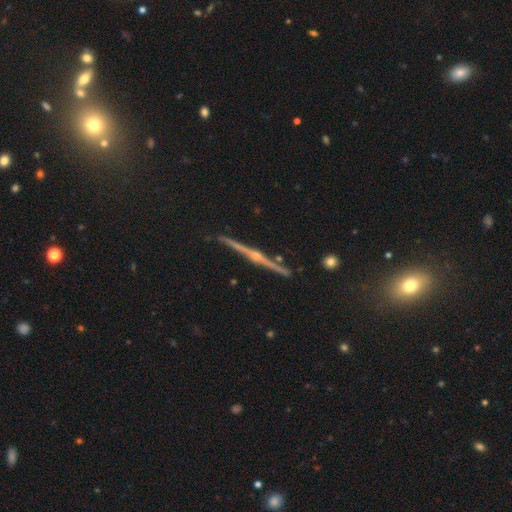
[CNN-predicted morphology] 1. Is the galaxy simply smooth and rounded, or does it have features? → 88% featured or disk, 6% smooth, 6% star or artifact.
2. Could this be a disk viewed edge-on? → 98% yes, 2% no.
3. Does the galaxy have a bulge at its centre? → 90% rounded, 6% none, 4% boxy.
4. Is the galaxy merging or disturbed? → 89% none, 7% minor disturbance, 2% merger, 2% major disturbance.